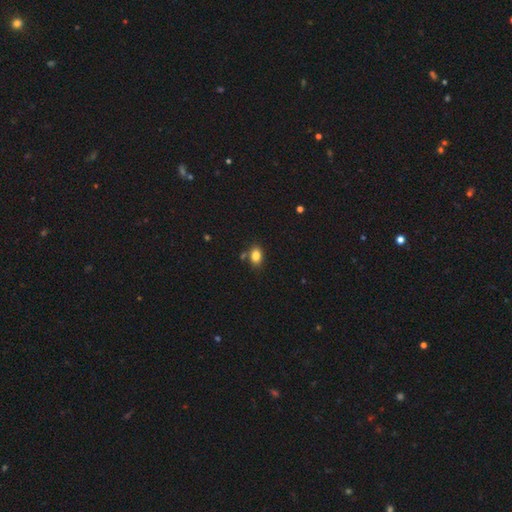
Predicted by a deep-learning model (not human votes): Smooth or featured? Predicted: smooth (p=0.83). How rounded? Predicted: in between (p=0.78). Merging? Predicted: none (p=0.74).